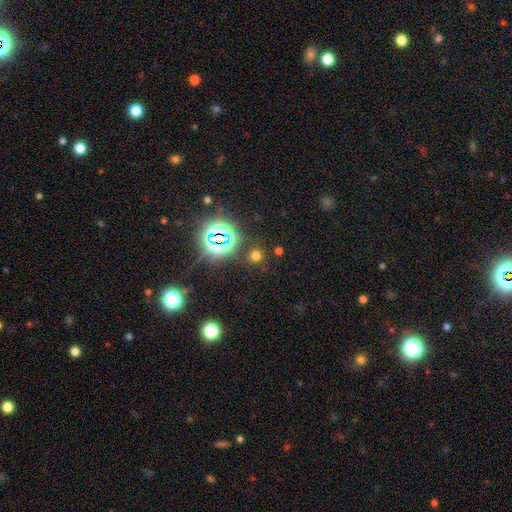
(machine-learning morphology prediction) Q: Smooth or featured?
A: smooth (55%); runner-up: star or artifact (39%)
Q: How rounded?
A: round (85%); runner-up: in between (14%)
Q: Merging?
A: none (84%); runner-up: minor disturbance (8%)